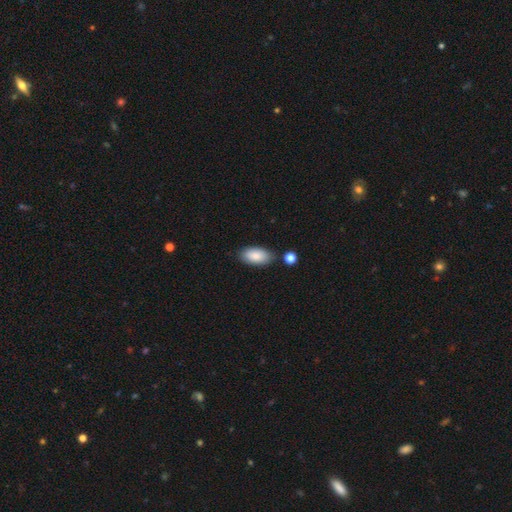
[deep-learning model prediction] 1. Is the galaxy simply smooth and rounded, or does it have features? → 87% smooth, 7% featured or disk, 6% star or artifact.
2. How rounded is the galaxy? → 93% in between, 4% cigar-shaped, 3% round.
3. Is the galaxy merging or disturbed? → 79% none, 13% minor disturbance, 5% merger, 3% major disturbance.